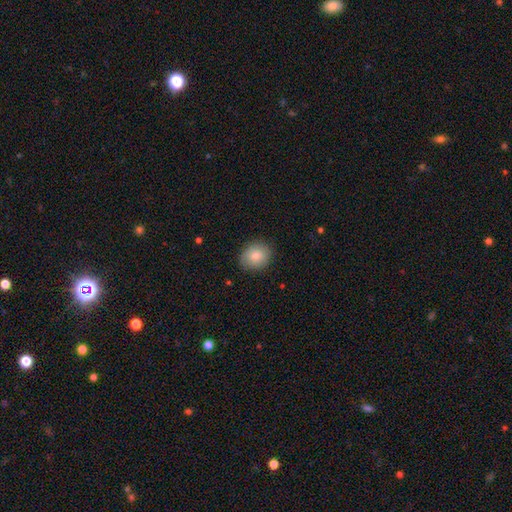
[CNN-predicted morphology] Smooth or featured? Predicted: smooth (p=0.82). How rounded? Predicted: round (p=0.63). Merging? Predicted: none (p=0.85).